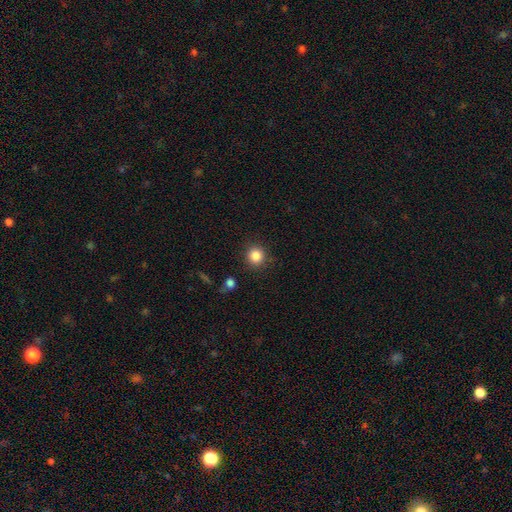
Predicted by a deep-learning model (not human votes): Overall: smooth (85%). How rounded: round (90%). Merging: none (88%).